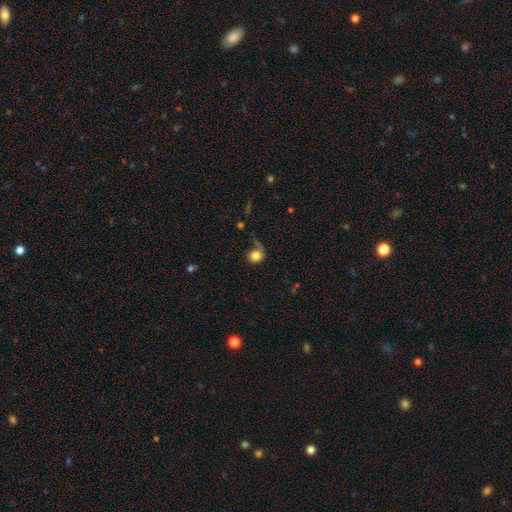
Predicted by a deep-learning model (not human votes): A smooth galaxy with no disk features (79%) that is round (78%). Merging: none (49%).